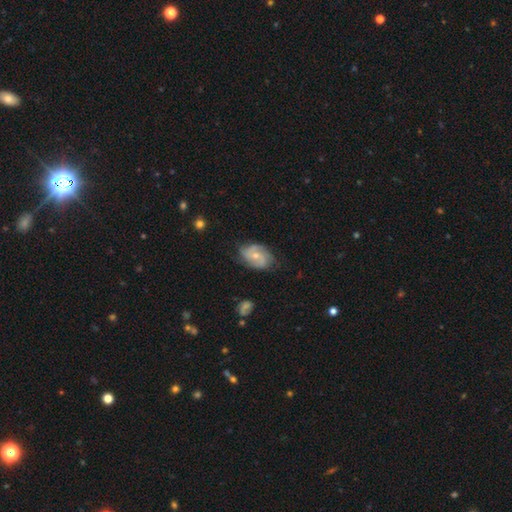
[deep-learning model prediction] This appears to be a featured or disk galaxy (67%) with no bar (57%), 2 (55%) medium (44%) spiral arms (90%) and a small central bulge (52%). Merging: none (69%).